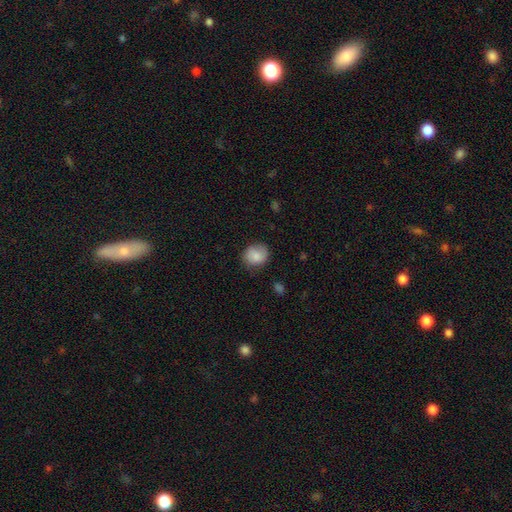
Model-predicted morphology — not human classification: smooth 84%, featured or disk 8%, star or artifact 8%. Down the decision tree: how rounded — round (73%); merging — none (76%).